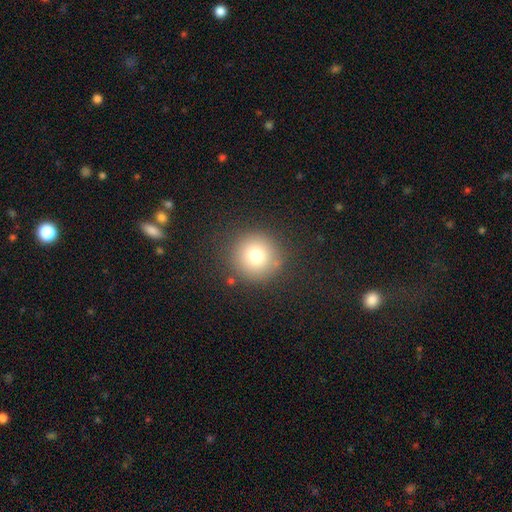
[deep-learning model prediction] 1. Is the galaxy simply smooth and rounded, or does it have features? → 76% smooth, 13% star or artifact, 11% featured or disk.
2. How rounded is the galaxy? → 95% round, 4% in between, 1% cigar-shaped.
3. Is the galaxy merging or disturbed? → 86% none, 8% minor disturbance, 4% major disturbance, 2% merger.